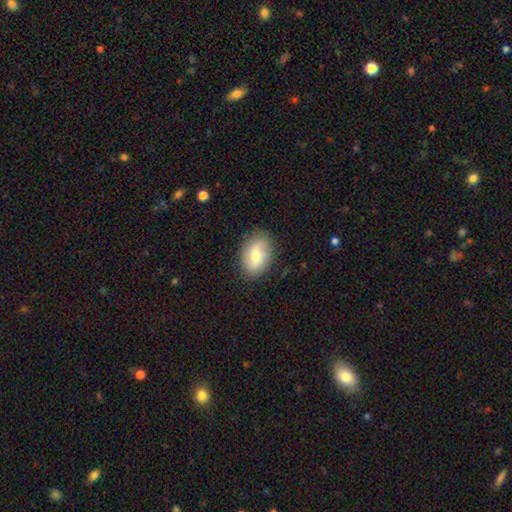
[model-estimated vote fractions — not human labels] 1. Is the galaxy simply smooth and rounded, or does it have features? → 60% smooth, 32% featured or disk, 7% star or artifact.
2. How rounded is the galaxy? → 83% in between, 15% round, 2% cigar-shaped.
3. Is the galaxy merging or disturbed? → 83% none, 13% minor disturbance, 3% major disturbance, 1% merger.